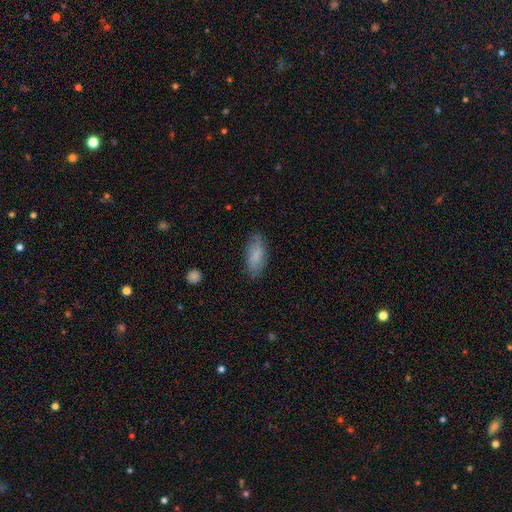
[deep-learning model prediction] Smooth or featured? Predicted: smooth (p=0.83). How rounded? Predicted: in between (p=0.85). Merging? Predicted: none (p=0.81).